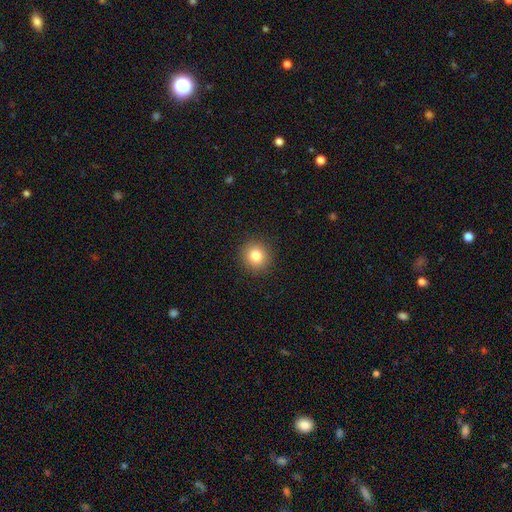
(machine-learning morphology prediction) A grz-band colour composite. It shows a smooth galaxy with no disk features (82%) that is round (92%). Merging: none (92%).